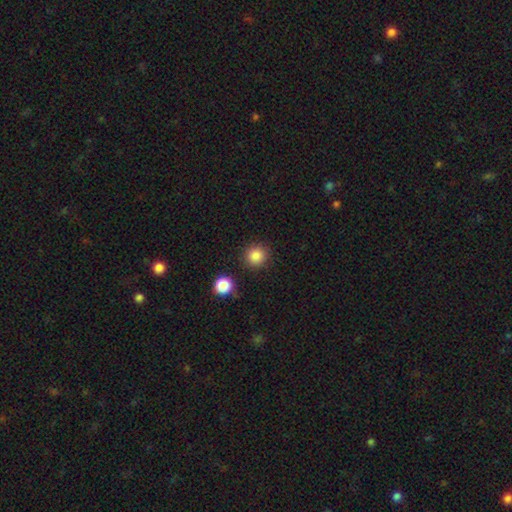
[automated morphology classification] Smooth or featured?
  - smooth: 86% *
  - star or artifact: 11%
  - featured or disk: 4%
How rounded?
  - round: 92% *
  - in between: 7%
  - cigar-shaped: 1%
Merging?
  - none: 88% *
  - minor disturbance: 6%
  - merger: 3%
  - major disturbance: 2%